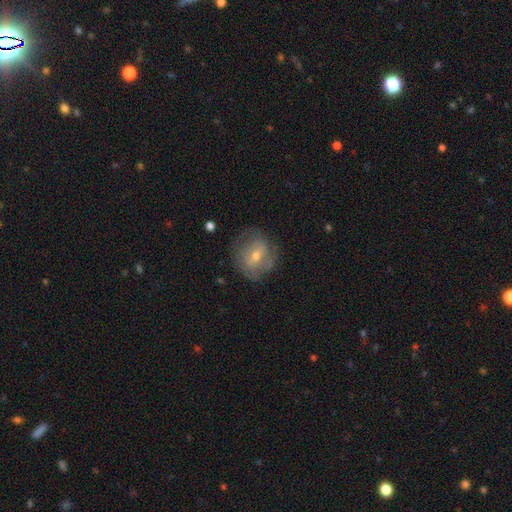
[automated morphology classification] A featured or disk galaxy (54%) with a weak bar (43%), spiral arms (58%) and a moderate central bulge (48%).

Vote fractions:
- Smooth or featured? featured or disk: 54% / smooth: 37% / star or artifact: 10%
- Edge-on disk? no: 95% / yes: 5%
- Bar? weak: 43% / no: 42% / strong: 15%
- Spiral arms? yes: 58% / no: 42%
- Bulge size? moderate: 48% / small: 47% / large: 2% / none: 1% / dominant: 1%
- Merging? none: 70% / minor disturbance: 19% / major disturbance: 9% / merger: 1%